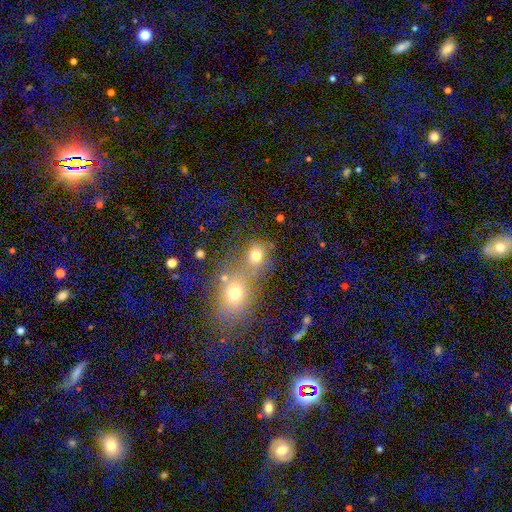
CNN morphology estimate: The model was most divided on "merging": merger: 53%, none: 32%, minor disturbance: 8%, major disturbance: 7%. More confident: smooth or featured — smooth (68%); how rounded — round (63%).